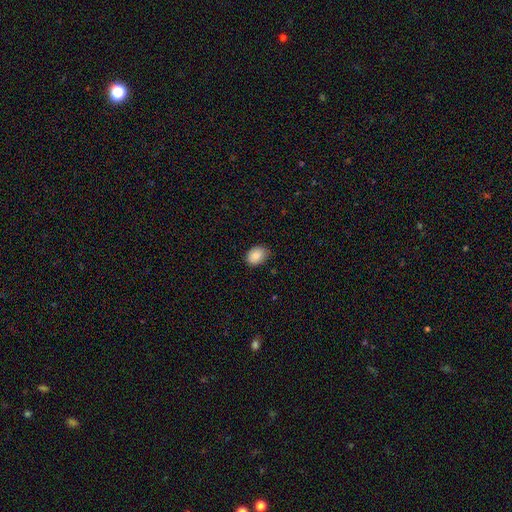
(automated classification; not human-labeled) Morphology: type=smooth (86%); roundness=in between (65%); merging=none (82%).